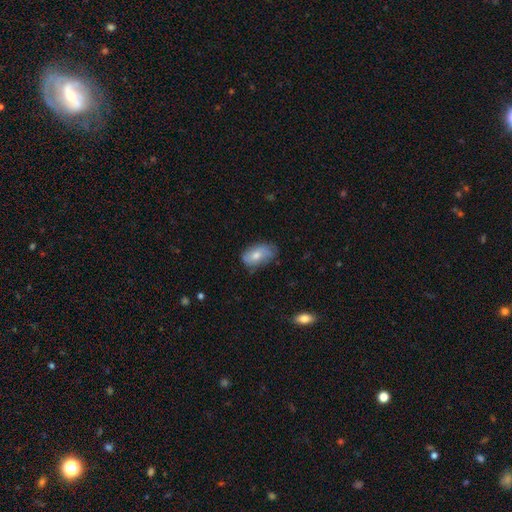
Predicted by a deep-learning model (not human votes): A smooth galaxy with no disk features (61%) that is in between round and cigar-shaped (91%).

Vote fractions:
- Smooth or featured? smooth: 61% / featured or disk: 30% / star or artifact: 8%
- How rounded? in between: 91% / round: 7% / cigar-shaped: 2%
- Merging? none: 64% / minor disturbance: 28% / major disturbance: 6% / merger: 1%